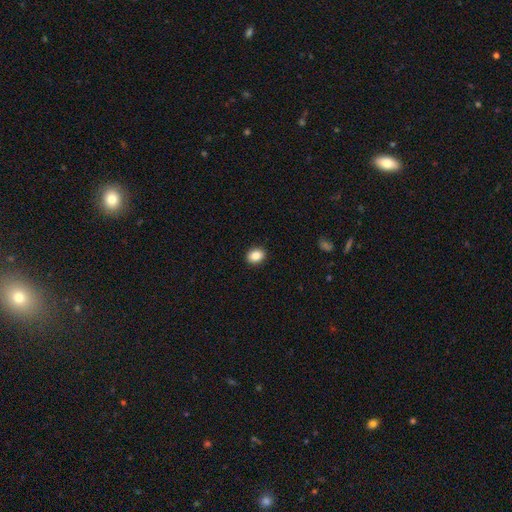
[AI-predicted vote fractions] smooth 87%, star or artifact 9%, featured or disk 5%. Down the decision tree: how rounded — in between (59%); merging — none (91%).